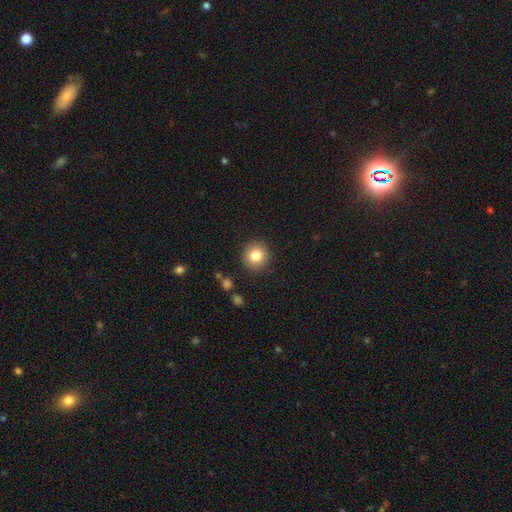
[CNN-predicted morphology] Smooth or featured? smooth (82%)
How rounded? round (92%)
Merging? none (89%)